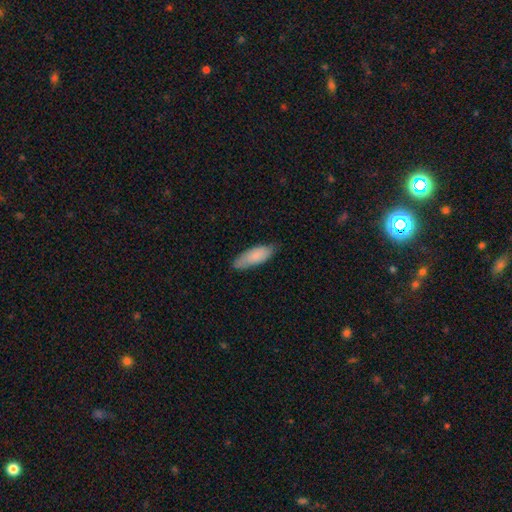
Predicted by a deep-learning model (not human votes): Q: Smooth or featured?
A: smooth (84%); runner-up: featured or disk (10%)
Q: How rounded?
A: in between (67%); runner-up: cigar-shaped (32%)
Q: Merging?
A: none (75%); runner-up: minor disturbance (20%)